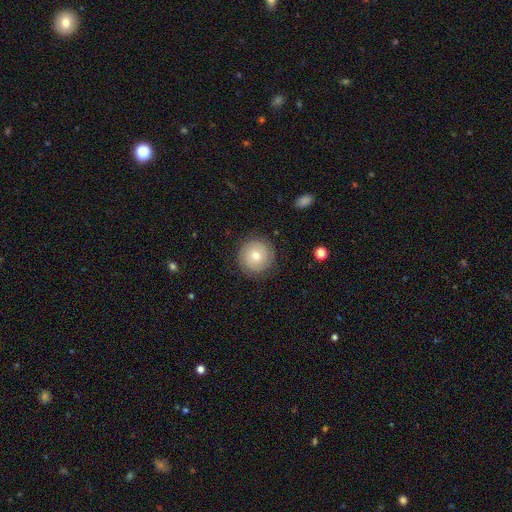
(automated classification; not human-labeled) smooth 61%, featured or disk 31%, star or artifact 8%. Down the decision tree: how rounded — round (94%); merging — none (86%).